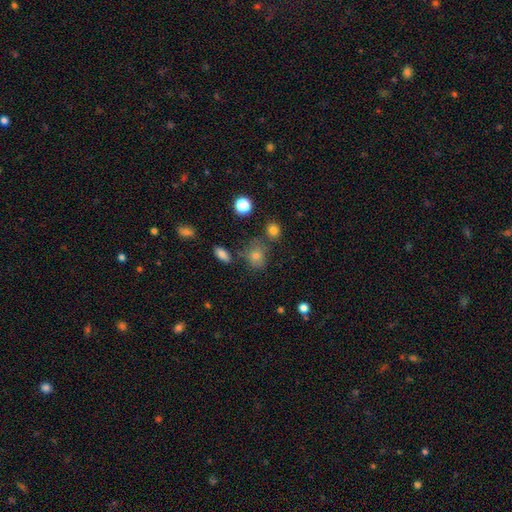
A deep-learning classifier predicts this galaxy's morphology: smooth 68%, star or artifact 22%, featured or disk 11%. Down the decision tree: how rounded — round (69%); merging — none (69%).